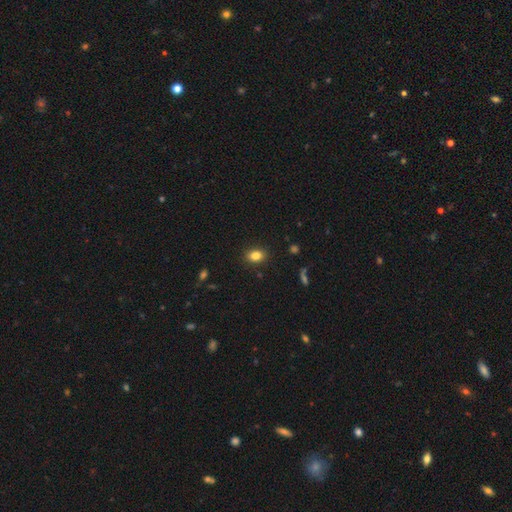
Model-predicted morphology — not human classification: Smooth or featured: smooth — 84% (star or artifact — 10%)
How rounded: in between — 72% (round — 27%)
Merging: none — 88% (minor disturbance — 9%)